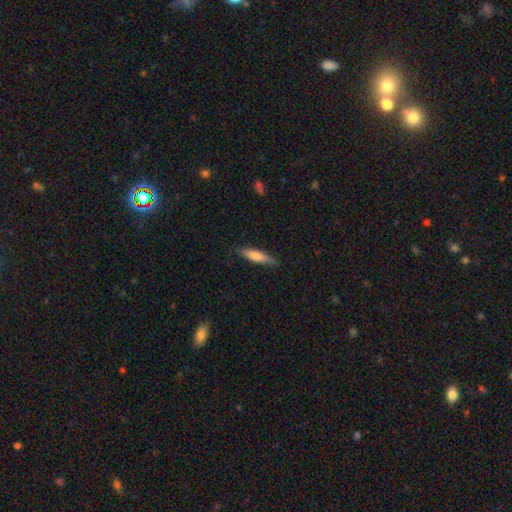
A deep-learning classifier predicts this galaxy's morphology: A smooth galaxy with no disk features (67%) that is cigar-shaped (77%).

Vote fractions:
- Smooth or featured? smooth: 67% / featured or disk: 27% / star or artifact: 6%
- How rounded? cigar-shaped: 77% / in between: 21% / round: 2%
- Merging? none: 82% / minor disturbance: 15% / major disturbance: 2% / merger: 1%